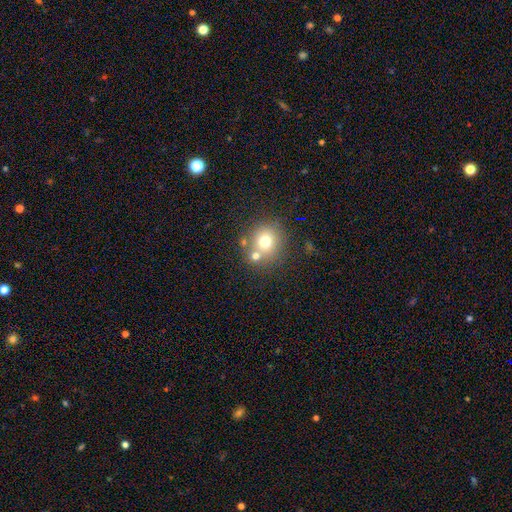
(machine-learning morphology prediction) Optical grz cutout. It shows a smooth galaxy with no disk features (71%) that is round (85%). Merging: none (65%).